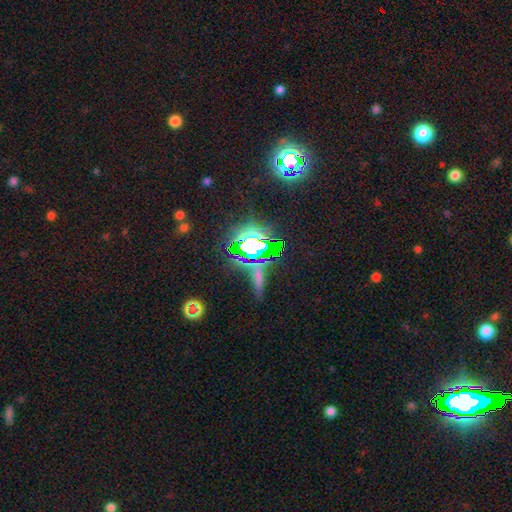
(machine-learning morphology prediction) star or artifact 80%, smooth 11%, featured or disk 9%.